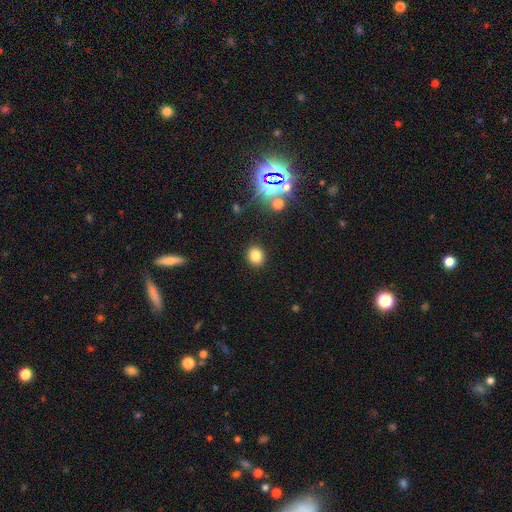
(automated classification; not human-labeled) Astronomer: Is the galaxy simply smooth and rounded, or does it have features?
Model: smooth — 79%.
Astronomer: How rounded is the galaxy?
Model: round — 76%.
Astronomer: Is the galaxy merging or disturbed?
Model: none — 89%.